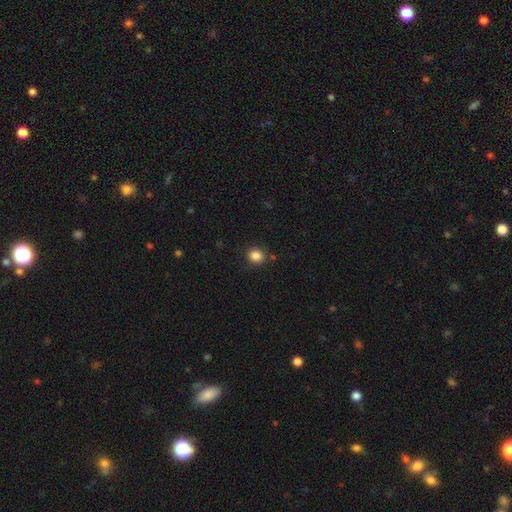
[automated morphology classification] Smooth or featured: smooth — 85% (star or artifact — 11%)
How rounded: round — 74% (in between — 25%)
Merging: none — 86% (minor disturbance — 8%)